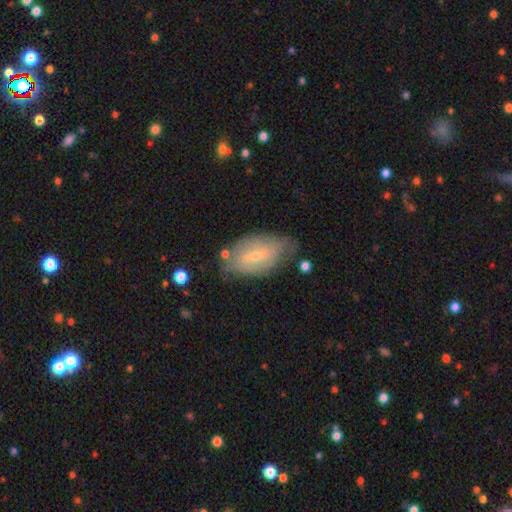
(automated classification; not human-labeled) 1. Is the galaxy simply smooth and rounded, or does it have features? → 57% featured or disk, 36% smooth, 7% star or artifact.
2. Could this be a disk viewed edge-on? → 91% no, 9% yes.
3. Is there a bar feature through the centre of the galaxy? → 50% weak, 29% no, 21% strong.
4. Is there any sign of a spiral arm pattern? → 63% yes, 37% no.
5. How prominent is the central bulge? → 69% small, 27% moderate, 2% none, 1% large, 1% dominant.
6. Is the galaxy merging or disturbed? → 61% none, 27% minor disturbance, 8% major disturbance, 4% merger.